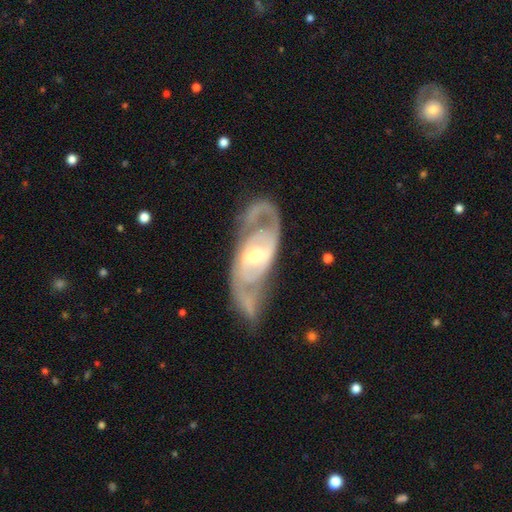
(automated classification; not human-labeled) Overall: featured or disk (88%). Edge-on disk: no (93%). Bar: weak (42%; no 37%). Spiral arms: yes (91%). Spiral arm count: 2 (79%). Spiral winding: medium (44%; tight 40%). Bulge size: small (49%; moderate 46%). Merging: none (61%).